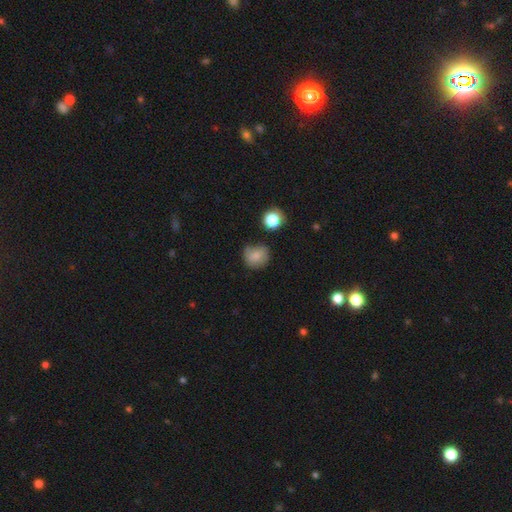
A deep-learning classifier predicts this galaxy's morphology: Smooth or featured? Predicted: smooth (p=0.79). How rounded? Predicted: round (p=0.80). Merging? Predicted: none (p=0.64).